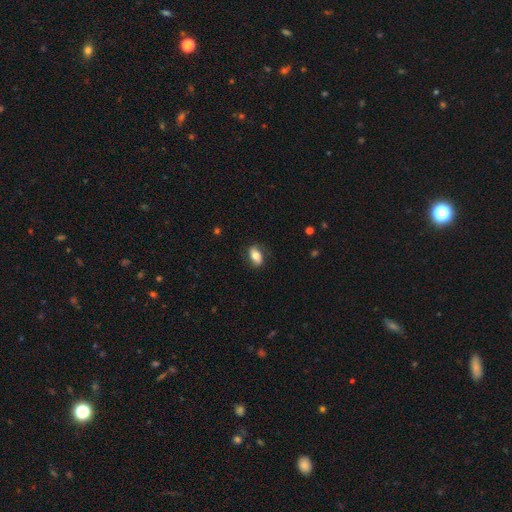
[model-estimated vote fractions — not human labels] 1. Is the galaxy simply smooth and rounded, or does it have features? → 71% smooth, 22% featured or disk, 7% star or artifact.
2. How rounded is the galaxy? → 88% in between, 9% round, 4% cigar-shaped.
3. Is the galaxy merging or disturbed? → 80% none, 15% minor disturbance, 4% major disturbance, 1% merger.